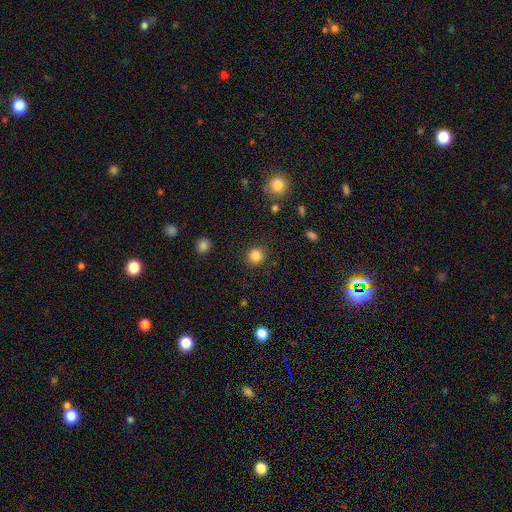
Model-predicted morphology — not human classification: The model was most divided on "smooth or featured": smooth: 84%, star or artifact: 11%, featured or disk: 5%. More confident: how rounded — round (91%); merging — none (90%).